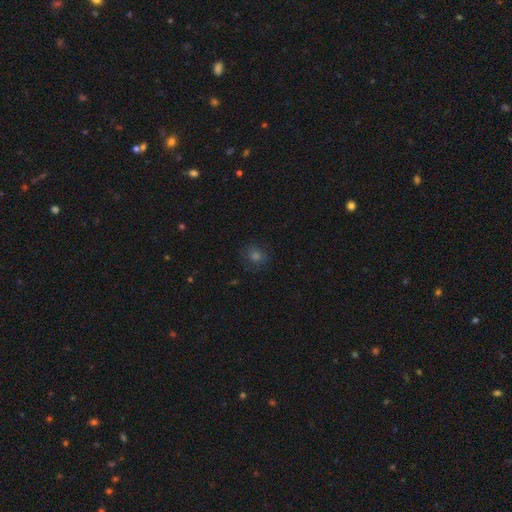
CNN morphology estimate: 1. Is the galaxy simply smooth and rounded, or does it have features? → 62% smooth, 28% star or artifact, 11% featured or disk.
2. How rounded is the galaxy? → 81% round, 18% in between, 1% cigar-shaped.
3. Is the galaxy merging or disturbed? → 84% none, 11% minor disturbance, 4% major disturbance, 1% merger.